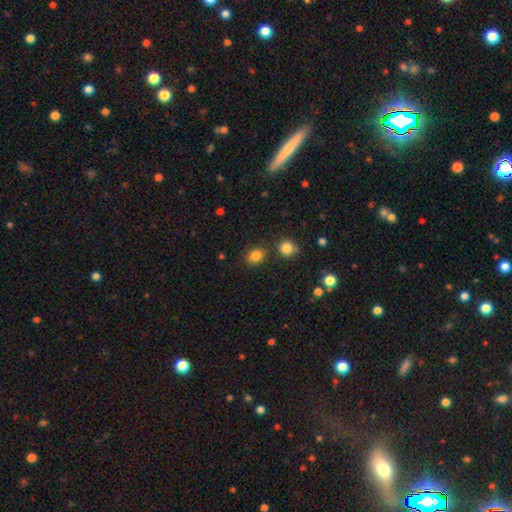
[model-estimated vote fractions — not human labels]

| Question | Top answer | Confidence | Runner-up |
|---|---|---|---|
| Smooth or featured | smooth | 83% | star or artifact (12%) |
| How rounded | round | 55% | in between (44%) |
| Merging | none | 80% | minor disturbance (10%) |